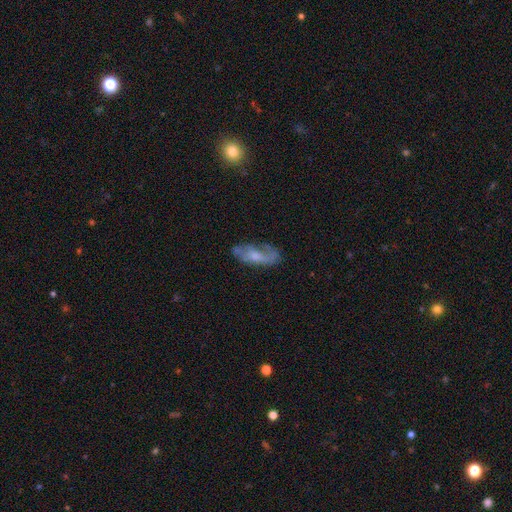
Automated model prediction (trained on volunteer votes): Smooth or featured: featured or disk — 55% (smooth — 37%)
Edge-on disk: no — 84% (yes — 16%)
Merging: none — 53% (minor disturbance — 26%)